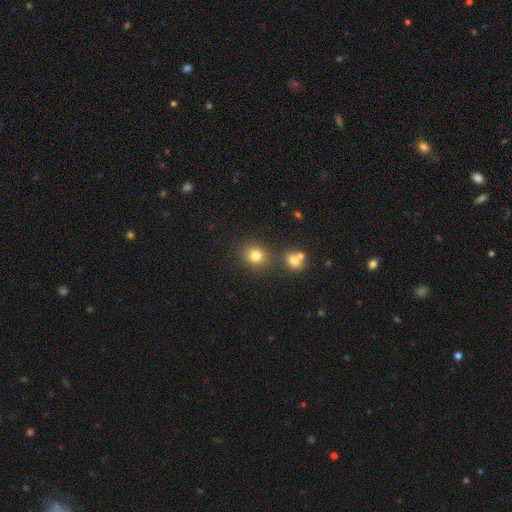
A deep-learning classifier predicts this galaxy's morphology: Smooth or featured: smooth — 79% (star or artifact — 14%)
How rounded: round — 82% (in between — 17%)
Merging: none — 78% (merger — 10%)